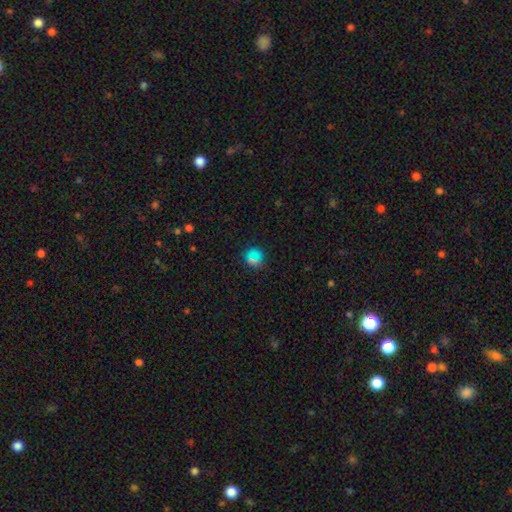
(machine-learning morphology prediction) Overall: smooth (69%). How rounded: round (89%). Merging: none (84%).